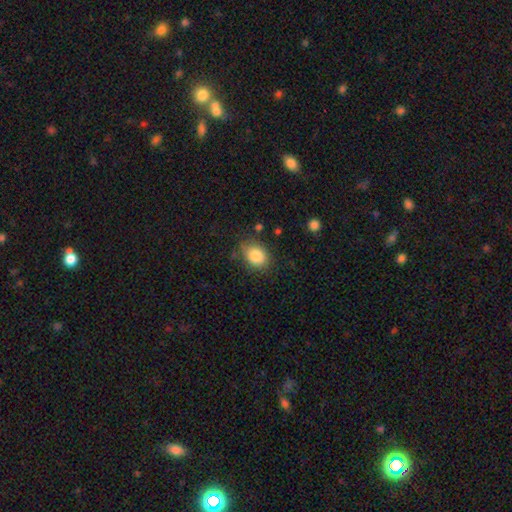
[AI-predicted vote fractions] The model was most divided on "how rounded": in between: 64%, round: 35%, cigar-shaped: 1%. More confident: smooth or featured — smooth (85%); merging — none (75%).